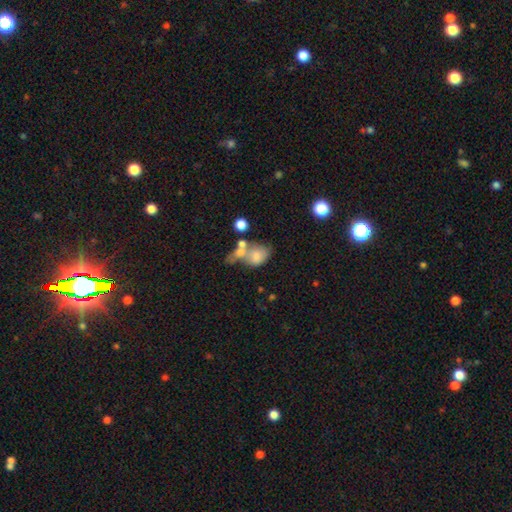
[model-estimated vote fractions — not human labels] Smooth or featured?
  - smooth: 64% *
  - featured or disk: 24%
  - star or artifact: 11%
How rounded?
  - in between: 64% *
  - round: 34%
  - cigar-shaped: 2%
Merging?
  - merger: 51% *
  - none: 21%
  - major disturbance: 15%
  - minor disturbance: 13%